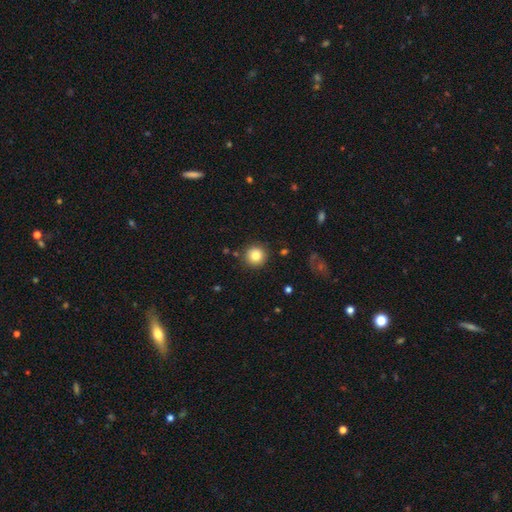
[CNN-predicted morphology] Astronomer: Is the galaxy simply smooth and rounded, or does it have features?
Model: smooth — 82%.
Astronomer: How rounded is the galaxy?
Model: round — 94%.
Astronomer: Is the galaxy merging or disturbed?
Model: none — 89%.